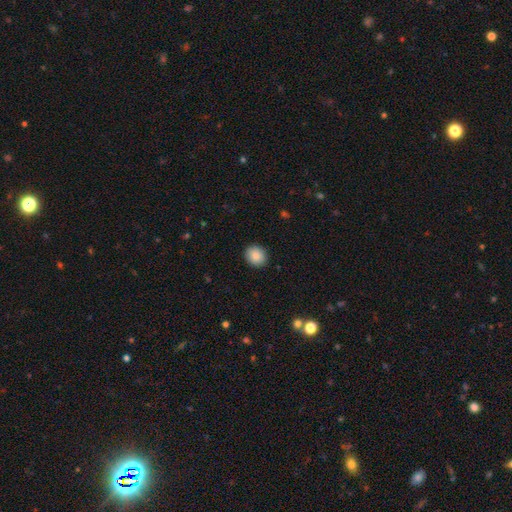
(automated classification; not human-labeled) smooth 86%, star or artifact 8%, featured or disk 6%. Down the decision tree: how rounded — round (70%); merging — none (91%).